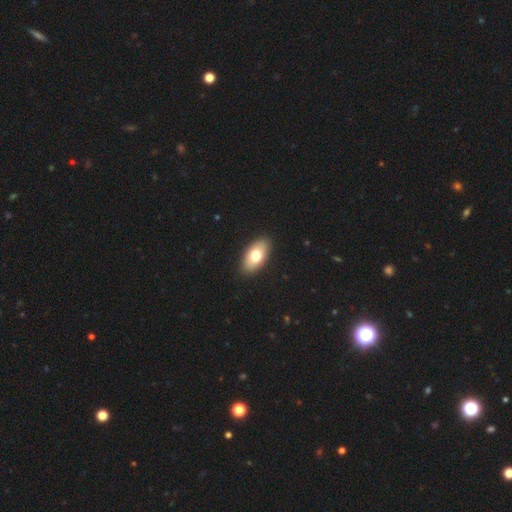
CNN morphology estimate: The model was most divided on "smooth or featured": smooth: 74%, featured or disk: 20%, star or artifact: 6%. More confident: how rounded — in between (93%); merging — none (90%).